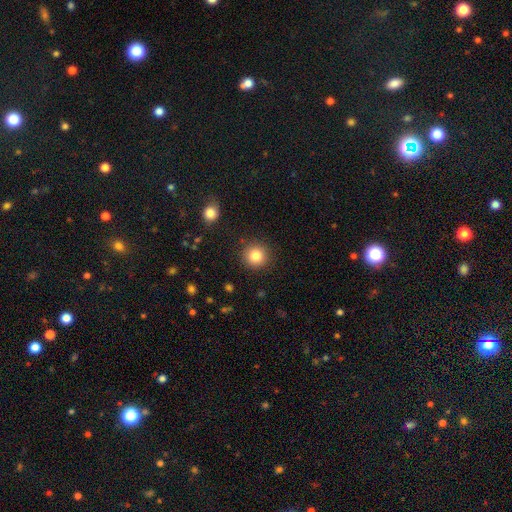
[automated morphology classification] Smooth or featured? smooth (82%)
How rounded? round (94%)
Merging? none (90%)